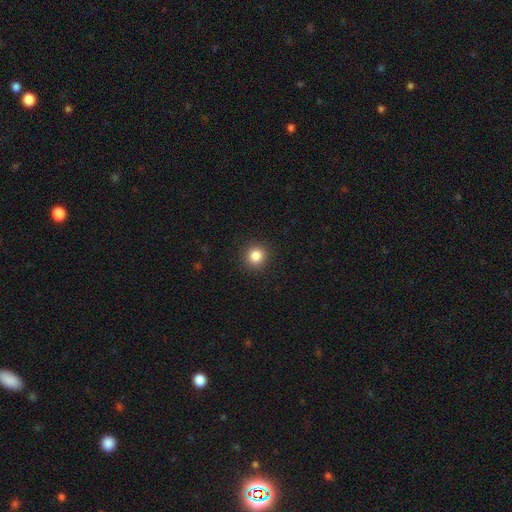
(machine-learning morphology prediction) Smooth or featured: smooth — 84% (star or artifact — 11%)
How rounded: round — 91% (in between — 8%)
Merging: none — 92% (minor disturbance — 5%)